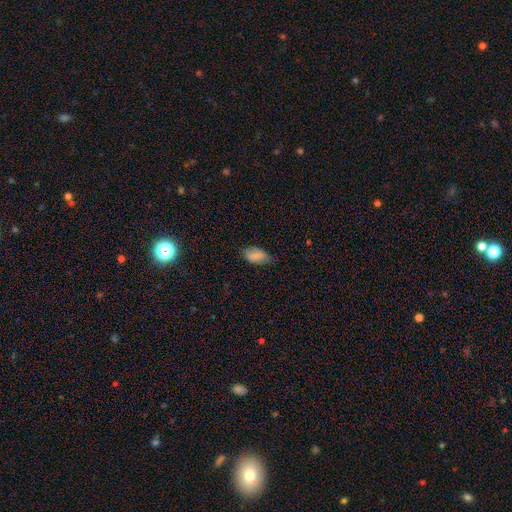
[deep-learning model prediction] Overall: smooth (81%). How rounded: in between (93%). Merging: none (67%).